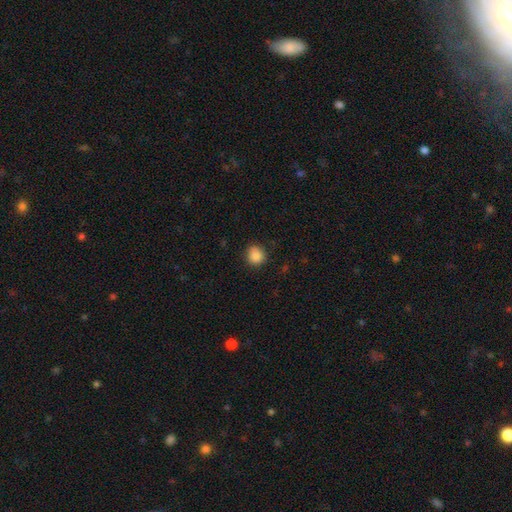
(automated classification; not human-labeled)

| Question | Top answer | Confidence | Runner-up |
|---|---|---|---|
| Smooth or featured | smooth | 87% | star or artifact (9%) |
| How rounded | round | 86% | in between (13%) |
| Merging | none | 83% | minor disturbance (13%) |